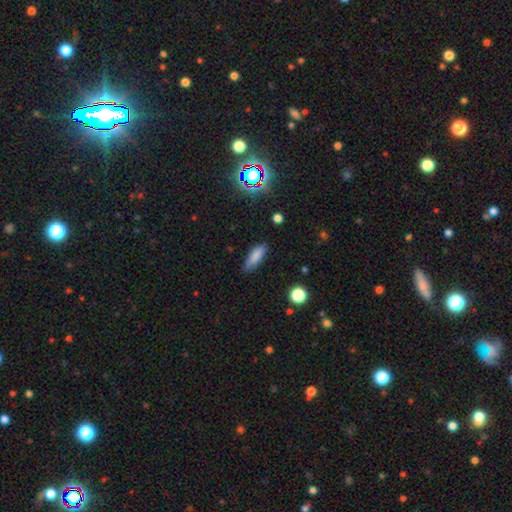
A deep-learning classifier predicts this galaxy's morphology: This is clearly a smooth galaxy (83%). How rounded: possibly in between (58%). Merging: clearly none (81%).